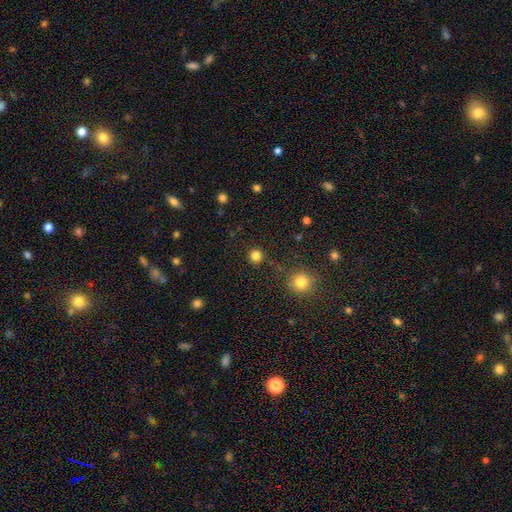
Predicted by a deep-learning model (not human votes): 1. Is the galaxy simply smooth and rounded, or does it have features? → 81% smooth, 15% star or artifact, 4% featured or disk.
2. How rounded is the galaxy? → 95% round, 4% in between, 1% cigar-shaped.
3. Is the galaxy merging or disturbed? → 90% none, 6% minor disturbance, 2% major disturbance, 2% merger.